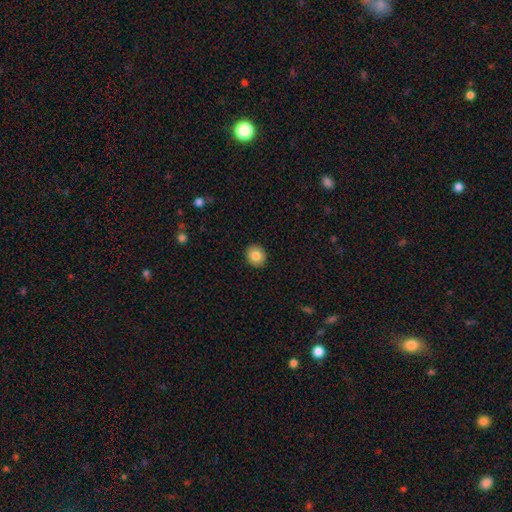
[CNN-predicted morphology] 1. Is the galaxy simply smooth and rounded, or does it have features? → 84% smooth, 8% star or artifact, 8% featured or disk.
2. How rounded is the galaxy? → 75% round, 24% in between, 1% cigar-shaped.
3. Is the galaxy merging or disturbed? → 92% none, 6% minor disturbance, 2% major disturbance, 1% merger.